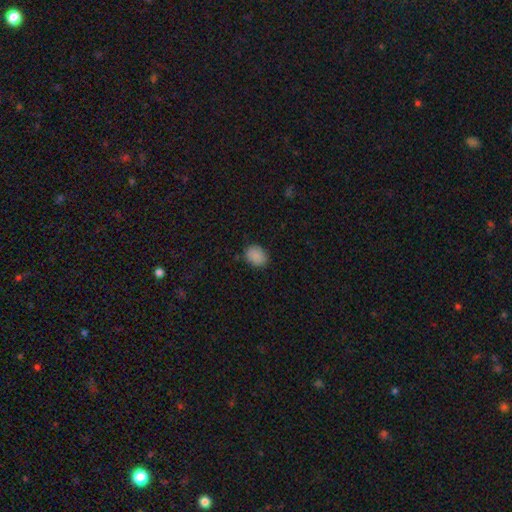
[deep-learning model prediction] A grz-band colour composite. It shows a smooth galaxy with no disk features (88%) that is in between round and cigar-shaped (61%). Merging: none (84%).